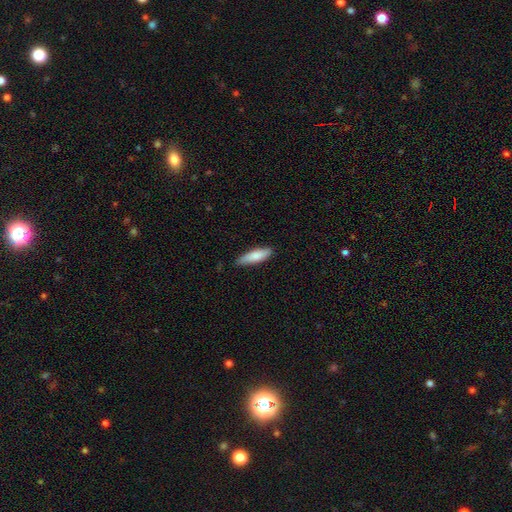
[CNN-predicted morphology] A smooth galaxy with no disk features (81%) that is cigar-shaped (57%). Merging: none (80%).